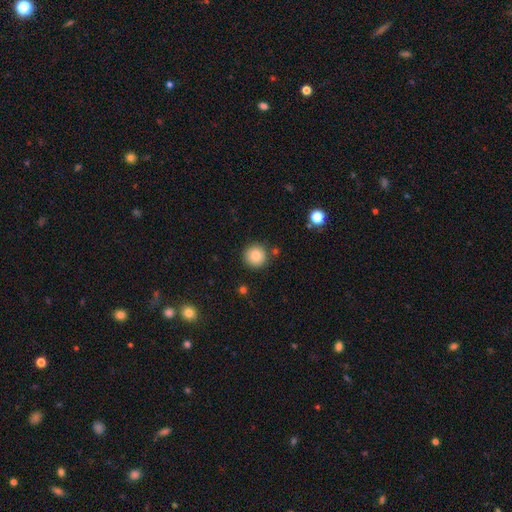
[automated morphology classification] smooth 83%, star or artifact 9%, featured or disk 7%. Down the decision tree: how rounded — round (95%); merging — none (87%).